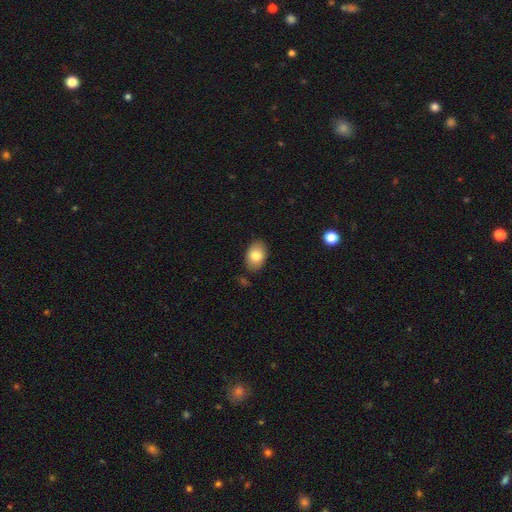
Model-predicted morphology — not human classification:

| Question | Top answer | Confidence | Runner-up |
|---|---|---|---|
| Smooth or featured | smooth | 81% | featured or disk (11%) |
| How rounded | in between | 83% | round (16%) |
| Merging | none | 84% | minor disturbance (12%) |